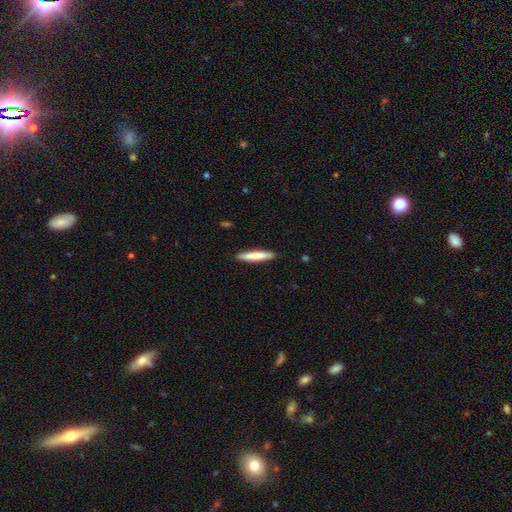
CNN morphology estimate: Q: Smooth or featured?
A: smooth (77%); runner-up: featured or disk (17%)
Q: How rounded?
A: cigar-shaped (93%); runner-up: in between (6%)
Q: Merging?
A: none (90%); runner-up: minor disturbance (7%)